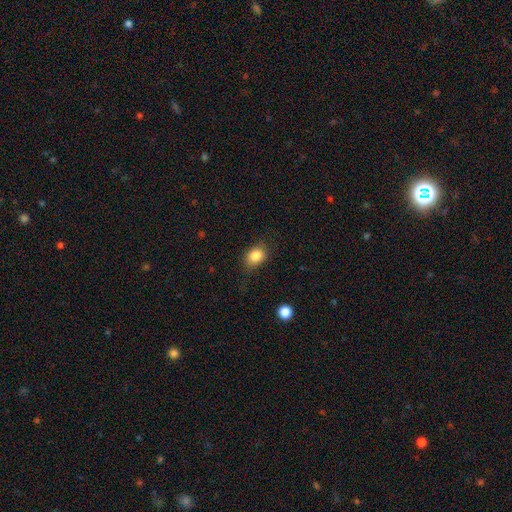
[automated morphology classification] smooth_or_featured: smooth (p=0.85) [alt: star or artifact p=0.10]
how_rounded: in between (p=0.56) [alt: round p=0.43]
merging: none (p=0.75) [alt: minor disturbance p=0.19]